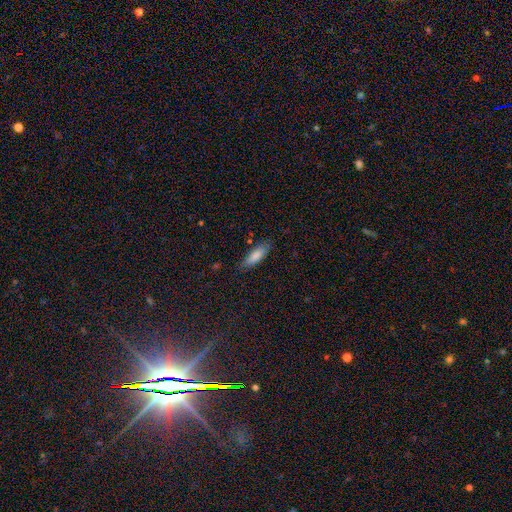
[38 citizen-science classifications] smooth_or_featured: smooth (p=0.82) [alt: featured or disk p=0.16]
how_rounded: in between (p=0.61) [alt: cigar-shaped p=0.39]
merging: none (p=0.81) [alt: minor disturbance p=0.16]